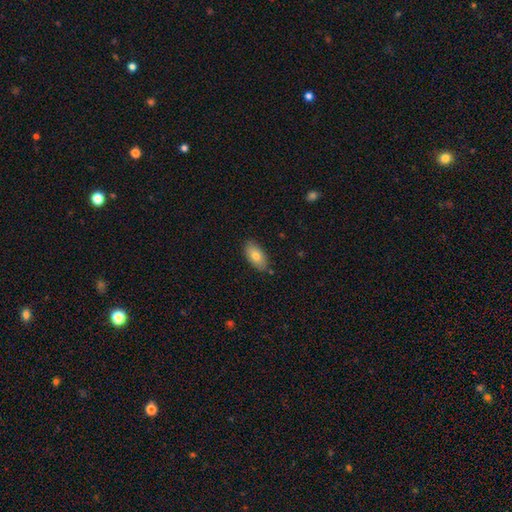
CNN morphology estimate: Smooth or featured?
  - smooth: 78% *
  - featured or disk: 15%
  - star or artifact: 7%
How rounded?
  - in between: 92% *
  - cigar-shaped: 4%
  - round: 3%
Merging?
  - none: 83% *
  - minor disturbance: 13%
  - major disturbance: 2%
  - merger: 2%